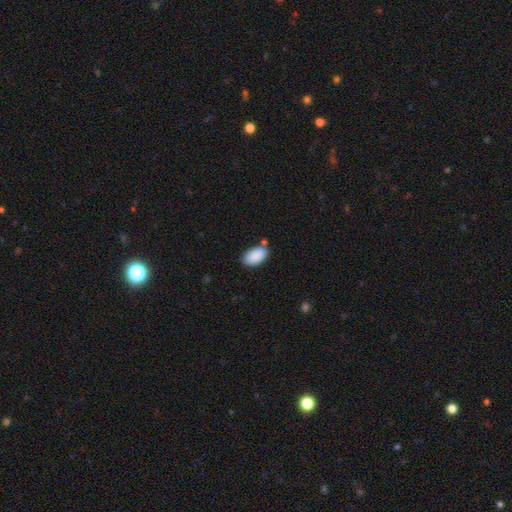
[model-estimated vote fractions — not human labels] smooth 90%, star or artifact 7%, featured or disk 4%. Down the decision tree: how rounded — in between (95%); merging — none (76%).